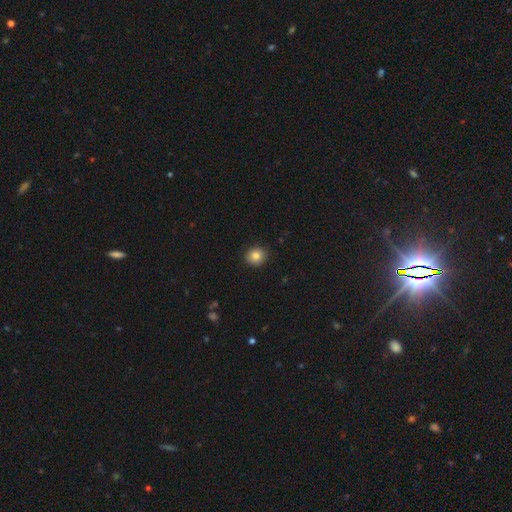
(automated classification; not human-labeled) The model was most divided on "how rounded": round: 76%, in between: 23%, cigar-shaped: 1%. More confident: merging — none (90%); smooth or featured — smooth (84%).